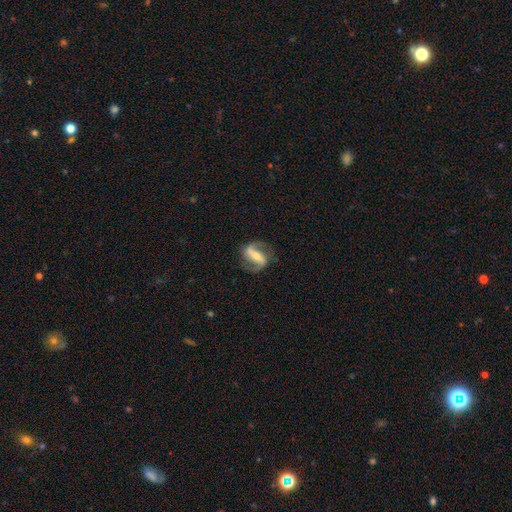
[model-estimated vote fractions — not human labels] This is clearly a featured or disk galaxy (86%). It is clearly not viewed edge-on (95%). Bar: likely strong (68%). Spiral arm pattern: clearly yes (94%). Spiral arm count: clearly 2 (91%). Spiral winding: marginally medium (44%). Central bulge: possibly small (49%). Merging: likely none (80%).